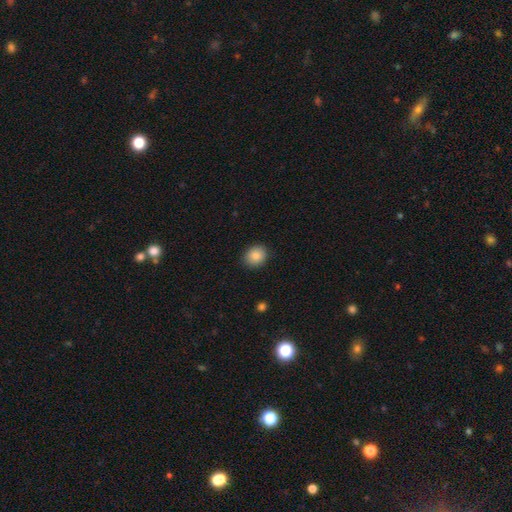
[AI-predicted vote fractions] The model was most divided on "how rounded": round: 67%, in between: 32%, cigar-shaped: 1%. More confident: merging — none (89%); smooth or featured — smooth (85%).